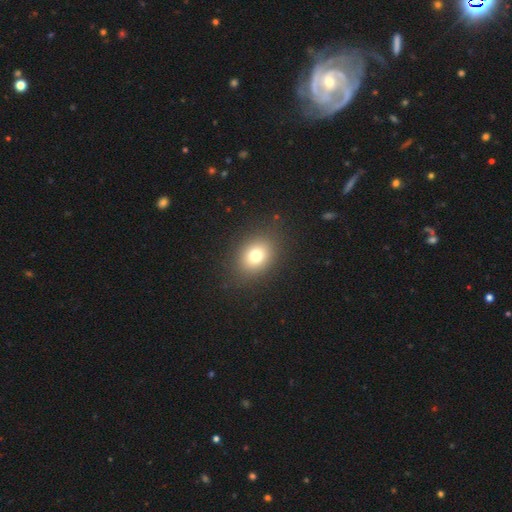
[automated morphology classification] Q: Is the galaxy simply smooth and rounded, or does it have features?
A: smooth — 75%.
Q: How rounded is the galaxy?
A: in between — 51%.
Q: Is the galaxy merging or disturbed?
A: none — 86%.